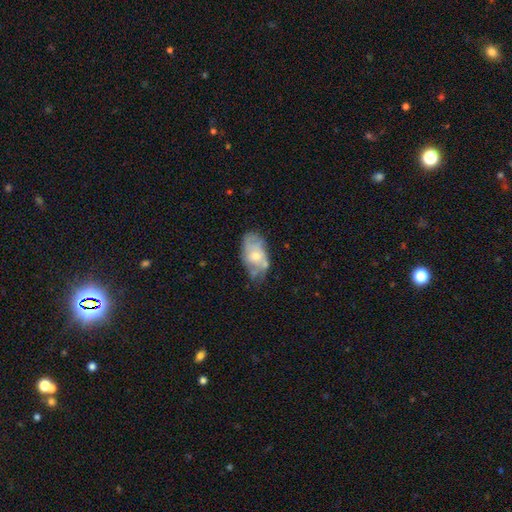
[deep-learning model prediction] Smooth or featured?
  - featured or disk: 54% *
  - smooth: 39%
  - star or artifact: 7%
Edge-on disk?
  - no: 94% *
  - yes: 6%
Bar?
  - no: 78% *
  - weak: 19%
  - strong: 3%
Spiral arms?
  - yes: 61% *
  - no: 39%
Bulge size?
  - moderate: 57% *
  - small: 36%
  - large: 4%
  - none: 2%
  - dominant: 1%
Merging?
  - none: 51% *
  - minor disturbance: 31%
  - major disturbance: 12%
  - merger: 6%